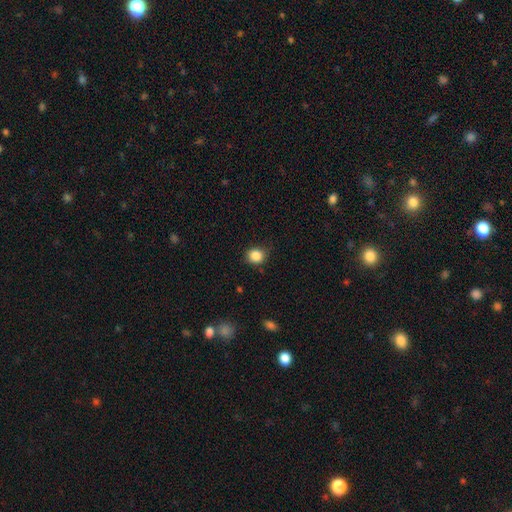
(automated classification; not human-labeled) smooth 86%, star or artifact 10%, featured or disk 4%. Down the decision tree: how rounded — round (78%); merging — none (83%).